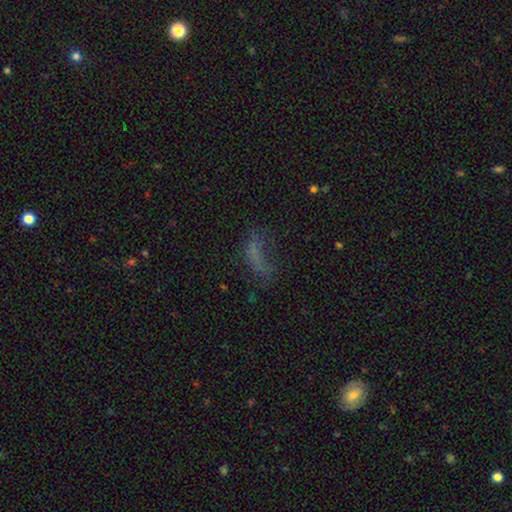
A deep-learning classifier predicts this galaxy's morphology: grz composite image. It shows a smooth galaxy with no disk features (53%) that is in between round and cigar-shaped (64%). Merging: none (38%).